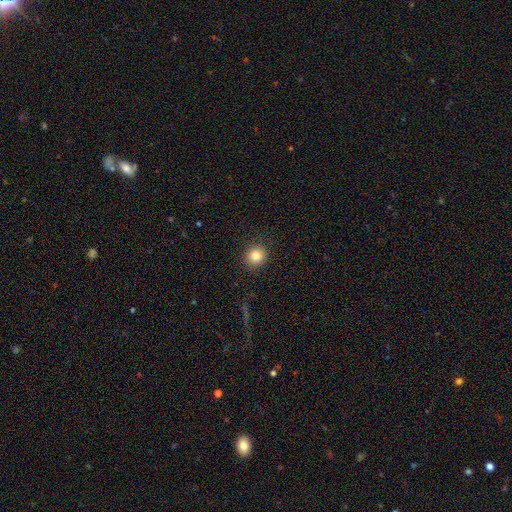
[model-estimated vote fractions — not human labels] Smooth or featured?
  - smooth: 84% *
  - star or artifact: 11%
  - featured or disk: 5%
How rounded?
  - round: 89% *
  - in between: 10%
  - cigar-shaped: 1%
Merging?
  - none: 89% *
  - minor disturbance: 7%
  - major disturbance: 3%
  - merger: 1%